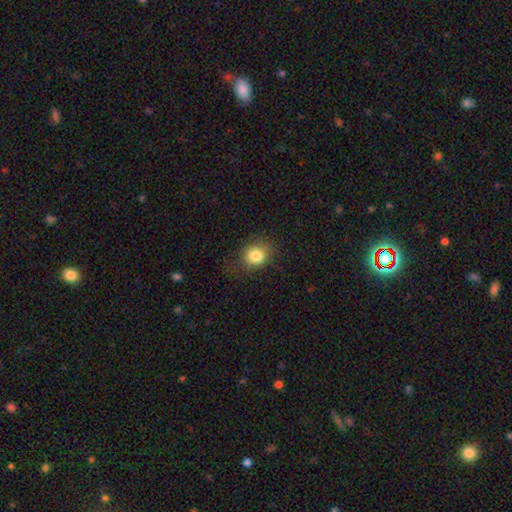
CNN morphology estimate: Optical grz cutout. It shows a smooth galaxy with no disk features (83%) that is round (63%). Merging: none (74%).